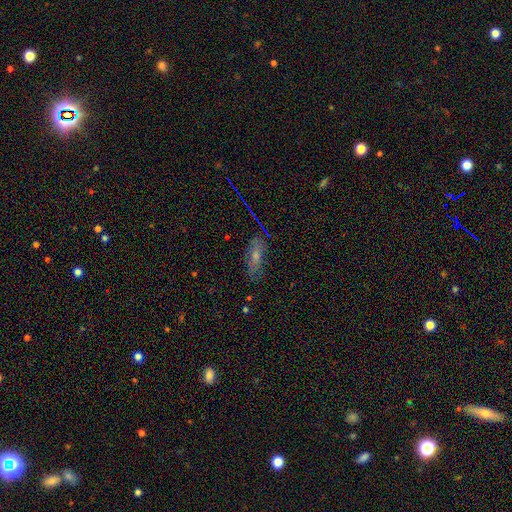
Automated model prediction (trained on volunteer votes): smooth-or-featured: smooth: 51% | featured or disk: 33% | star or artifact: 16%
  how-rounded: in between: 60% | cigar-shaped: 36% | round: 5%
  merging: none: 73% | minor disturbance: 19% | major disturbance: 6% | merger: 2%